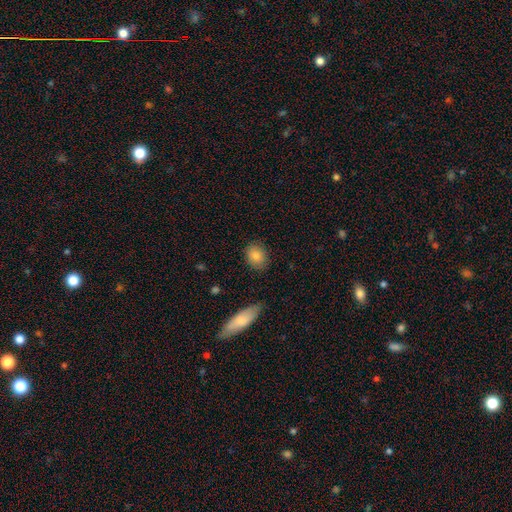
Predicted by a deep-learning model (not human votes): Smooth or featured?
  - smooth: 82% *
  - featured or disk: 9%
  - star or artifact: 8%
How rounded?
  - round: 50% *
  - in between: 48%
  - cigar-shaped: 2%
Merging?
  - none: 85% *
  - minor disturbance: 11%
  - major disturbance: 3%
  - merger: 2%